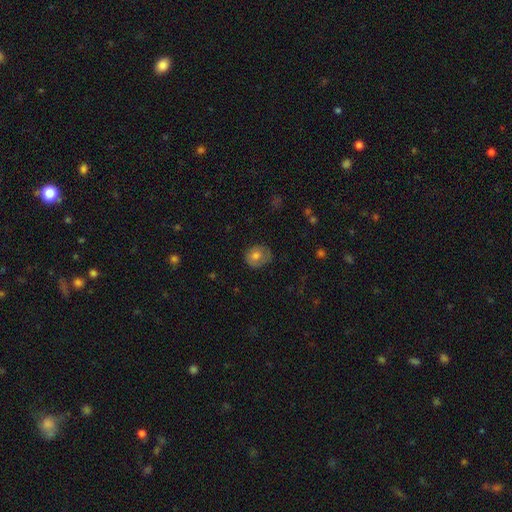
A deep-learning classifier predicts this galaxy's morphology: This is likely a smooth galaxy (69%). How rounded: likely round (67%). Merging: likely none (64%).